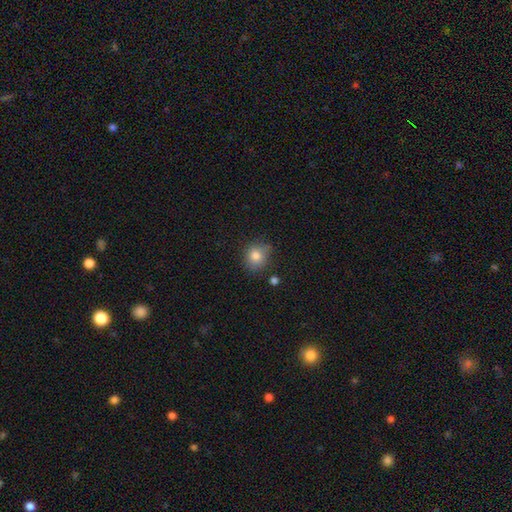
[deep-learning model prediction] Morphology: type=smooth (81%); roundness=round (81%); merging=none (73%).